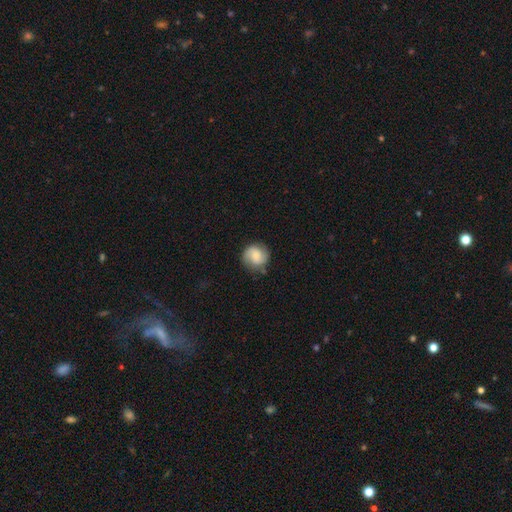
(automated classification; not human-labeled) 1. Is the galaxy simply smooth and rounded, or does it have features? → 49% featured or disk, 44% smooth, 8% star or artifact.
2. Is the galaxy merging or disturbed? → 79% none, 15% minor disturbance, 5% major disturbance, 2% merger.